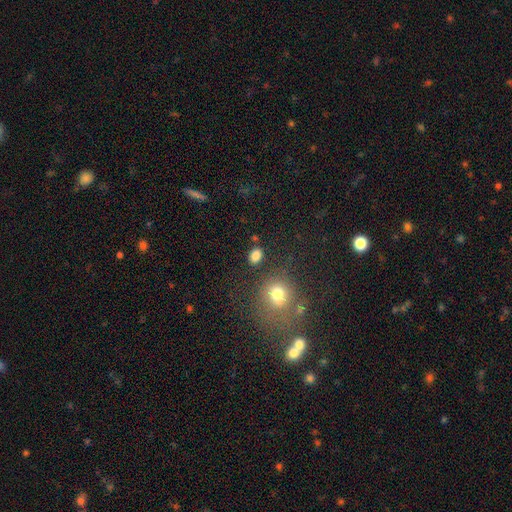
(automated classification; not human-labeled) smooth_or_featured: smooth (p=0.83) [alt: star or artifact p=0.11]
how_rounded: in between (p=0.71) [alt: round p=0.28]
merging: none (p=0.80) [alt: minor disturbance p=0.10]